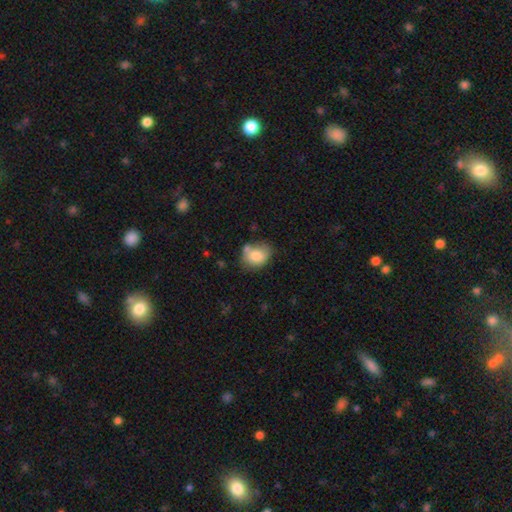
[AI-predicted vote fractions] smooth 79%, featured or disk 13%, star or artifact 8%. Down the decision tree: how rounded — in between (54%); merging — none (52%).